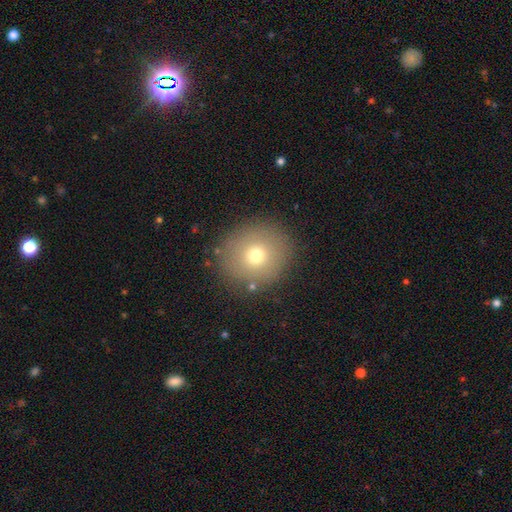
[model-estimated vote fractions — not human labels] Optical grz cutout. It shows a smooth galaxy with no disk features (71%) that is round (90%). Merging: none (86%).